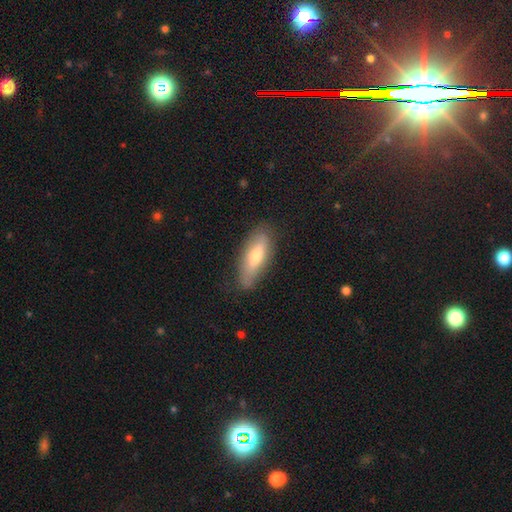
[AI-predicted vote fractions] A smooth galaxy with no disk features (62%) that is in between round and cigar-shaped (59%).

Vote fractions:
- Smooth or featured? smooth: 62% / featured or disk: 32% / star or artifact: 6%
- How rounded? in between: 59% / cigar-shaped: 39% / round: 2%
- Merging? none: 78% / minor disturbance: 17% / major disturbance: 4% / merger: 1%